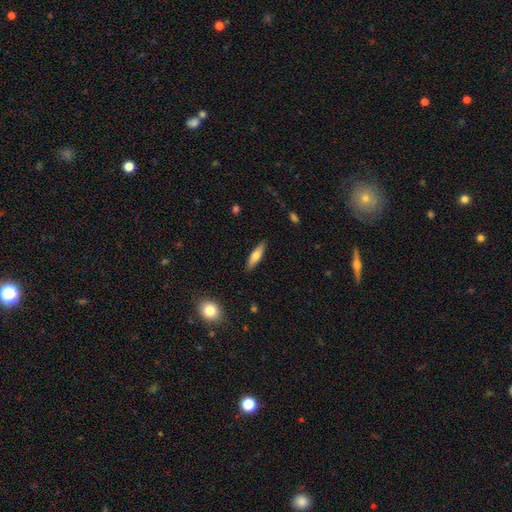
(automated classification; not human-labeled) Smooth or featured: smooth — 64% (featured or disk — 29%)
How rounded: cigar-shaped — 66% (in between — 32%)
Merging: none — 88% (minor disturbance — 9%)